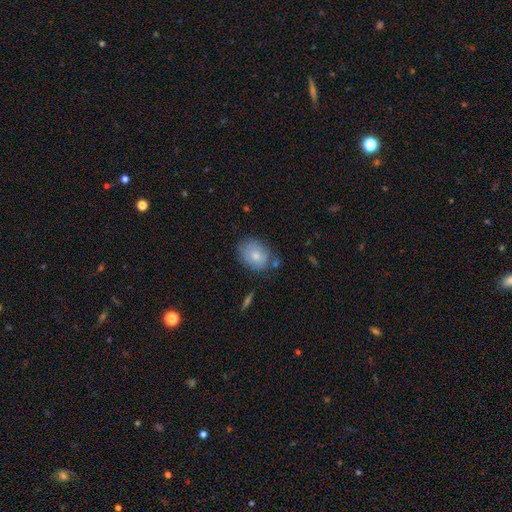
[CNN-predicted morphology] Smooth or featured?
  - smooth: 76% *
  - featured or disk: 17%
  - star or artifact: 7%
How rounded?
  - in between: 63% *
  - round: 36%
  - cigar-shaped: 1%
Merging?
  - none: 70% *
  - minor disturbance: 20%
  - merger: 5%
  - major disturbance: 5%